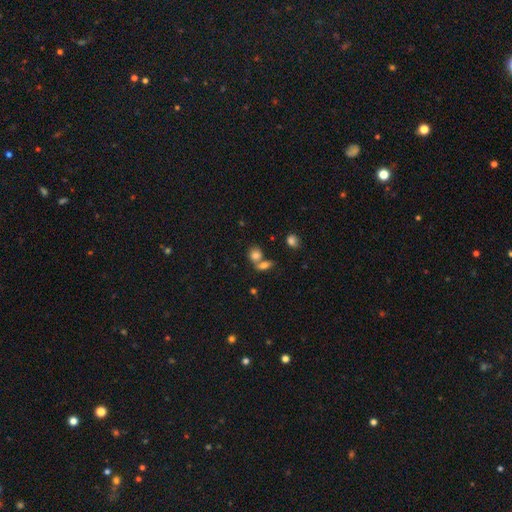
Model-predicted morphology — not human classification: A smooth galaxy with no disk features (79%) that is round (56%). Merging: merger (49%).